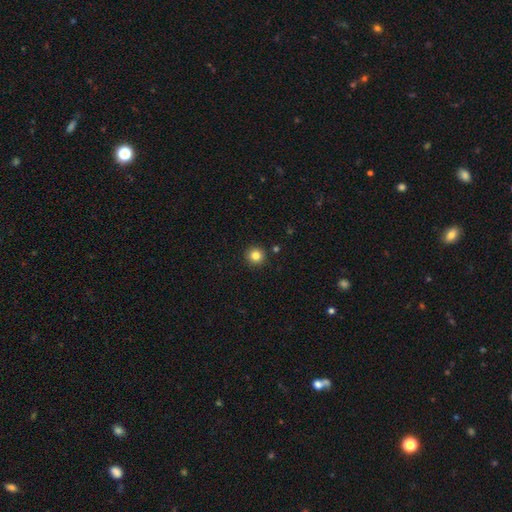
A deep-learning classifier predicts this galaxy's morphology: Smooth or featured?
  - smooth: 83% *
  - star or artifact: 11%
  - featured or disk: 5%
How rounded?
  - round: 95% *
  - in between: 4%
  - cigar-shaped: 1%
Merging?
  - none: 92% *
  - minor disturbance: 5%
  - merger: 2%
  - major disturbance: 2%